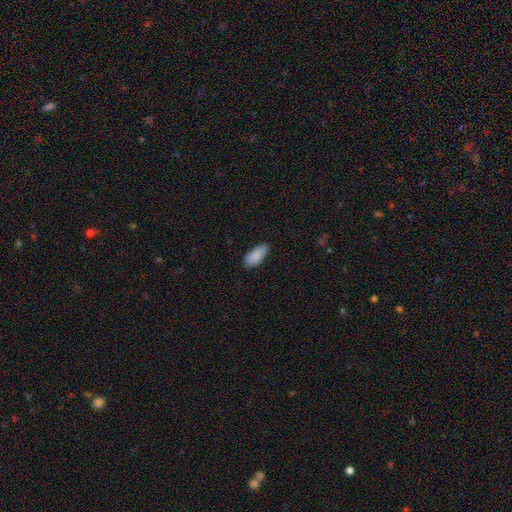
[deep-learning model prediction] Q: Smooth or featured?
A: smooth (88%); runner-up: star or artifact (6%)
Q: How rounded?
A: in between (88%); runner-up: cigar-shaped (10%)
Q: Merging?
A: none (76%); runner-up: minor disturbance (20%)